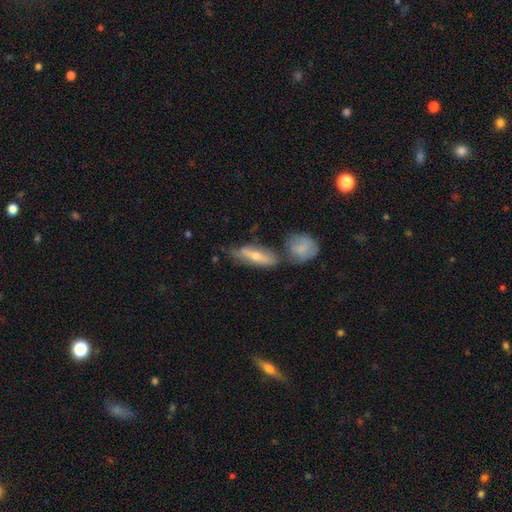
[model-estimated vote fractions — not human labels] Overall: smooth (47%; featured or disk 45%). Merging: none (53%; minor disturbance 21%).